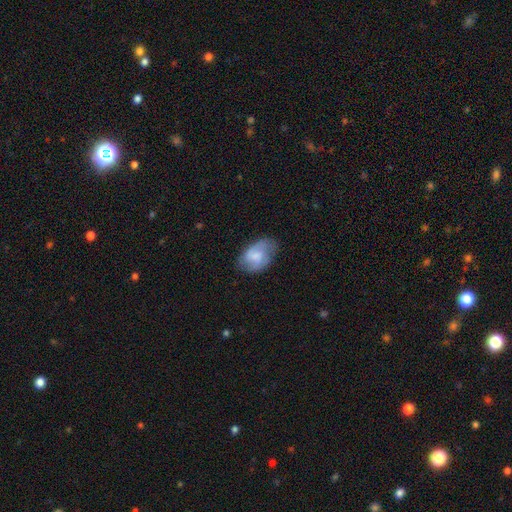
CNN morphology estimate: Smooth or featured? smooth (50%)
How rounded? in between (86%)
Merging? none (64%)